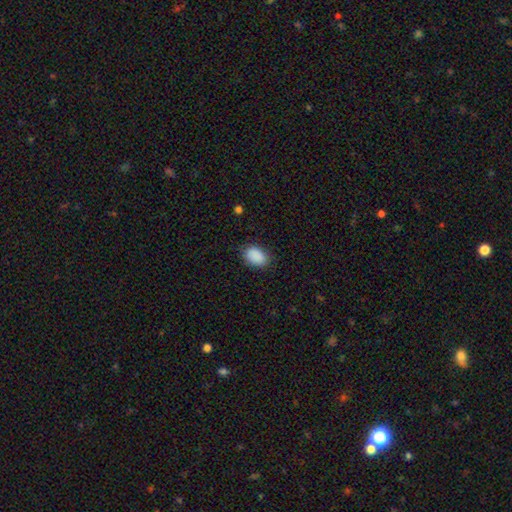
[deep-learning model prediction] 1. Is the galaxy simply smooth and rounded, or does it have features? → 90% smooth, 7% star or artifact, 3% featured or disk.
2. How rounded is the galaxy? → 86% in between, 13% round, 1% cigar-shaped.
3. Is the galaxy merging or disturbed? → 83% none, 13% minor disturbance, 3% major disturbance, 1% merger.